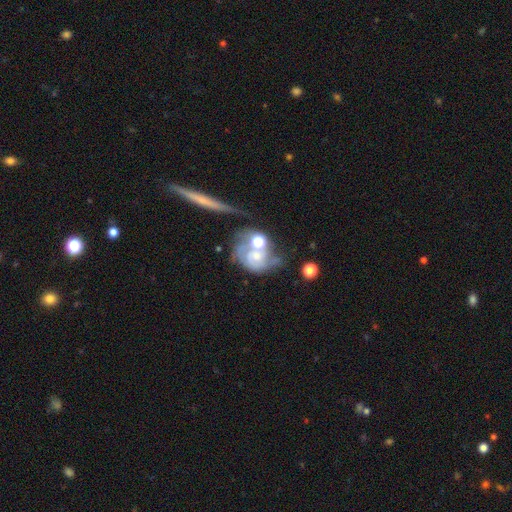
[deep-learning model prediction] A featured or disk galaxy (63%) with no bar (72%), spiral arms (77%) and a moderate central bulge (43%). Merging: merger (37%).